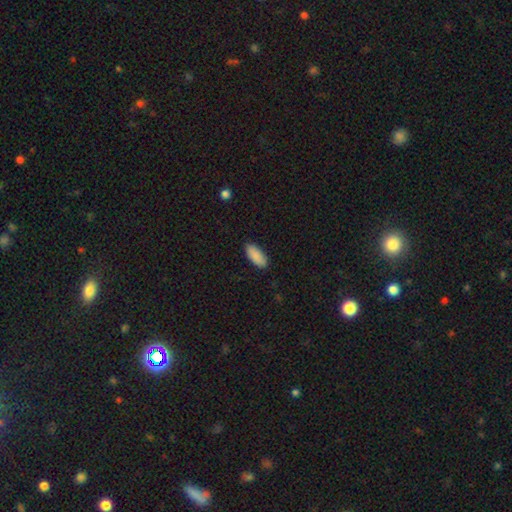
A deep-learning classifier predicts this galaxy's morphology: Smooth or featured? smooth (90%)
How rounded? in between (86%)
Merging? none (88%)